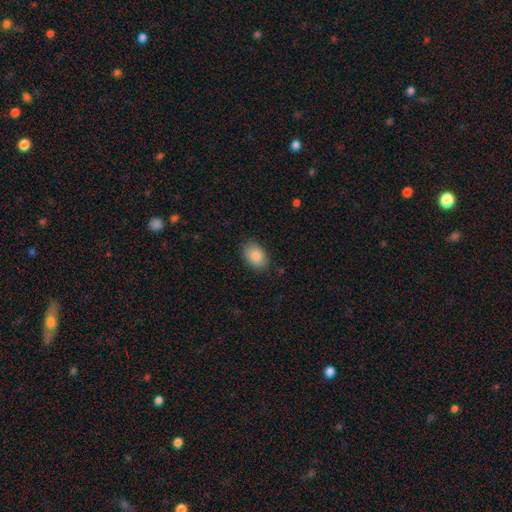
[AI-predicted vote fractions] smooth_or_featured: smooth (p=0.88) [alt: star or artifact p=0.07]
how_rounded: in between (p=0.82) [alt: round p=0.17]
merging: none (p=0.83) [alt: minor disturbance p=0.13]